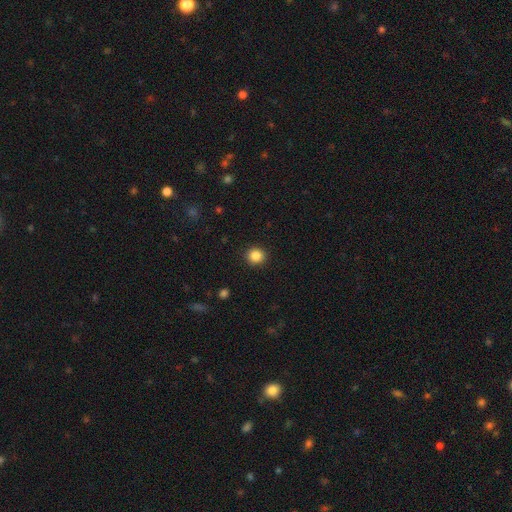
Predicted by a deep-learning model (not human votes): The model was most divided on "smooth or featured": smooth: 86%, star or artifact: 10%, featured or disk: 4%. More confident: merging — none (92%); how rounded — round (89%).